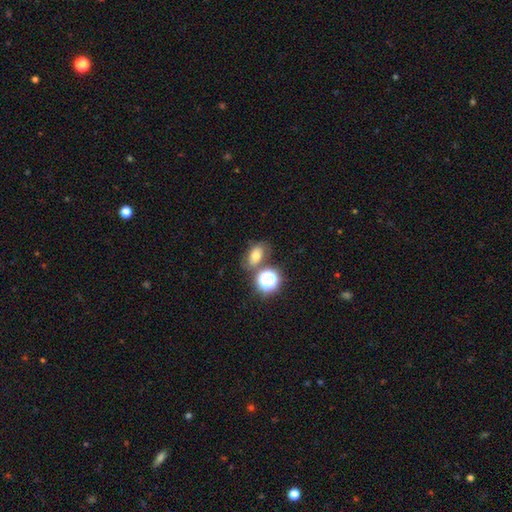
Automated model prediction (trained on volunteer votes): A smooth galaxy with no disk features (60%) that is in between round and cigar-shaped (73%).

Vote fractions:
- Smooth or featured? smooth: 60% / star or artifact: 21% / featured or disk: 19%
- How rounded? in between: 73% / round: 25% / cigar-shaped: 2%
- Merging? none: 61% / merger: 16% / minor disturbance: 16% / major disturbance: 7%